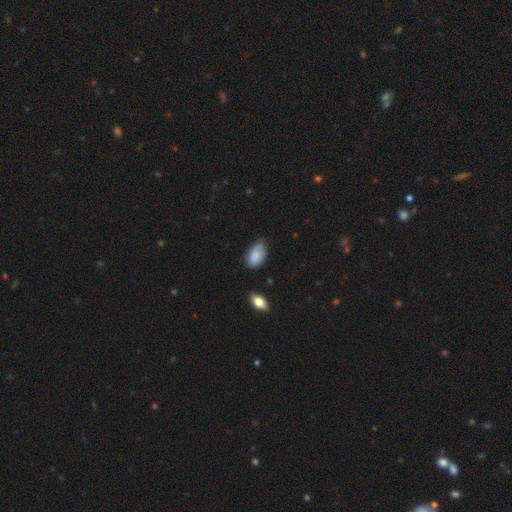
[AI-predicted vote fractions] Morphology: type=smooth (78%); roundness=in between (92%); merging=none (55%).